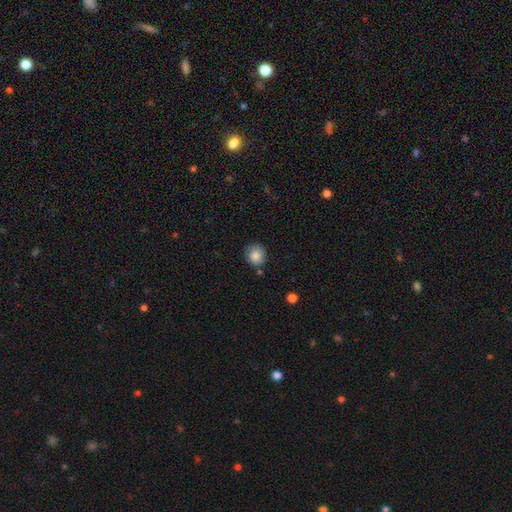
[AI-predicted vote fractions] Smooth or featured?
  - smooth: 86% *
  - star or artifact: 9%
  - featured or disk: 5%
How rounded?
  - round: 85% *
  - in between: 14%
  - cigar-shaped: 1%
Merging?
  - none: 79% *
  - minor disturbance: 14%
  - merger: 4%
  - major disturbance: 3%